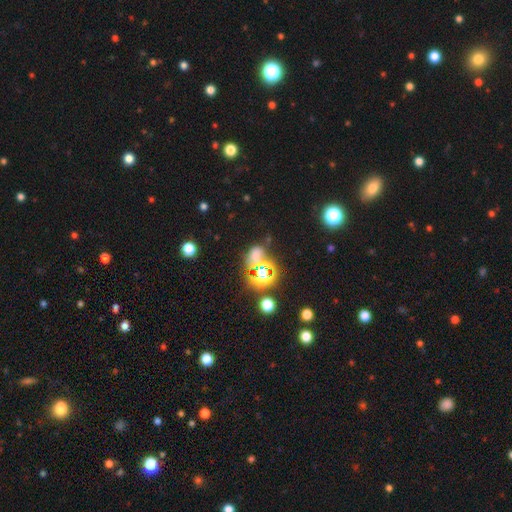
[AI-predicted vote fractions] The model was most divided on "smooth or featured": star or artifact: 52%, smooth: 38%, featured or disk: 10%.